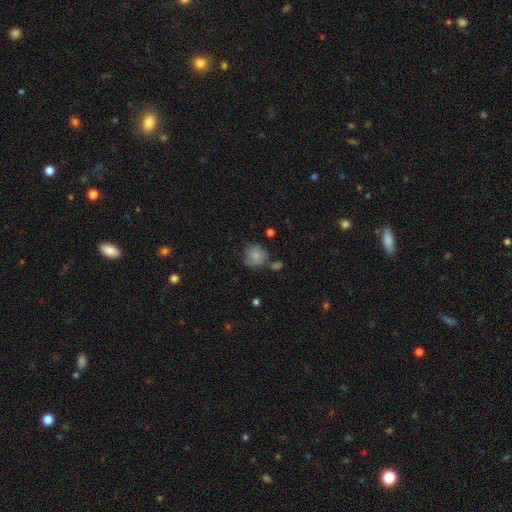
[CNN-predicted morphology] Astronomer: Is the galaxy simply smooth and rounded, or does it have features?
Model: smooth — 67%.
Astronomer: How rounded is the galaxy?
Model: round — 82%.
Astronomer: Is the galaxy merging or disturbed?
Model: none — 55%.